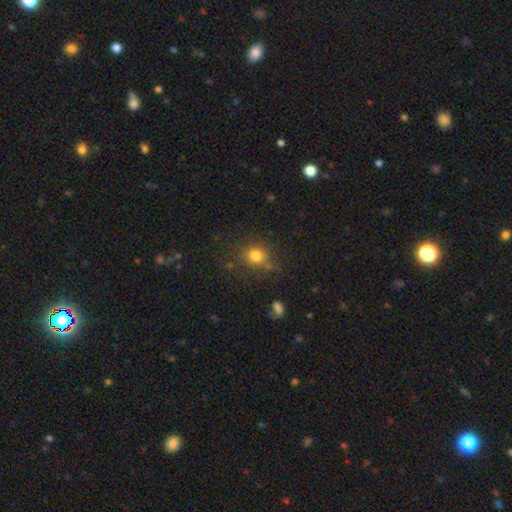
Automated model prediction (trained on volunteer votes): Smooth or featured? Predicted: smooth (p=0.78). How rounded? Predicted: round (p=0.76). Merging? Predicted: none (p=0.70).